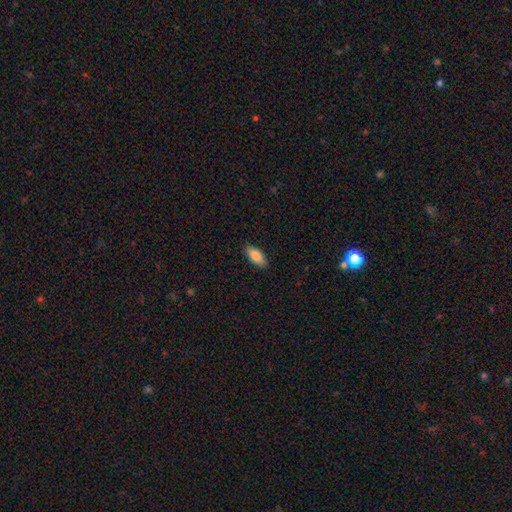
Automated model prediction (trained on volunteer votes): This appears to be a smooth galaxy with no disk features (87%) that is in between round and cigar-shaped (84%). Merging: none (88%).